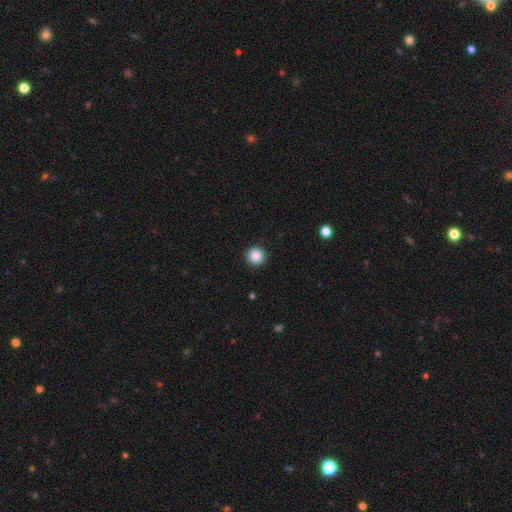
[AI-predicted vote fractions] Smooth or featured? Predicted: smooth (p=0.87). How rounded? Predicted: round (p=0.96). Merging? Predicted: none (p=0.92).